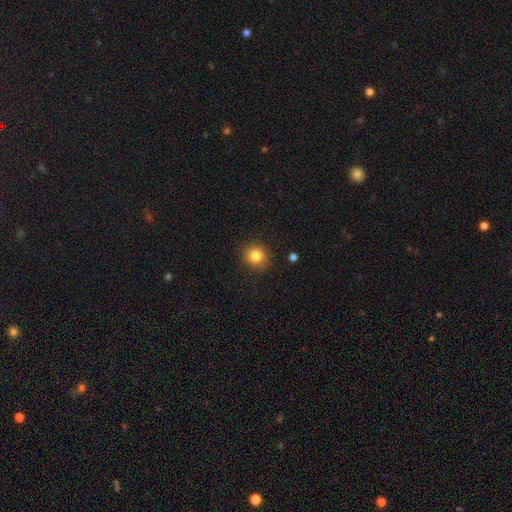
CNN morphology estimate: smooth 84%, star or artifact 11%, featured or disk 6%. Down the decision tree: how rounded — round (90%); merging — none (89%).